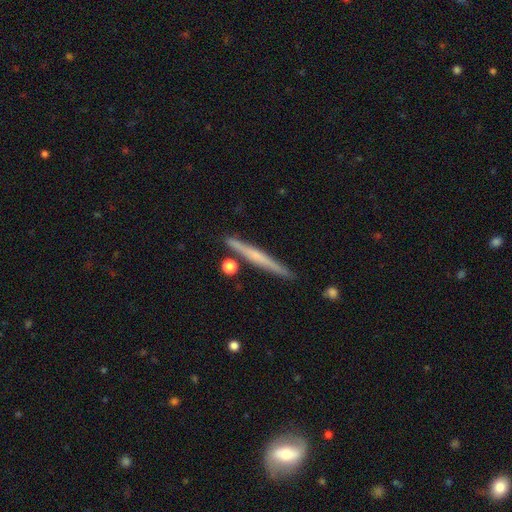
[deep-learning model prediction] This appears to be a featured or disk galaxy (51%) viewed edge-on (97%). Merging: none (87%).